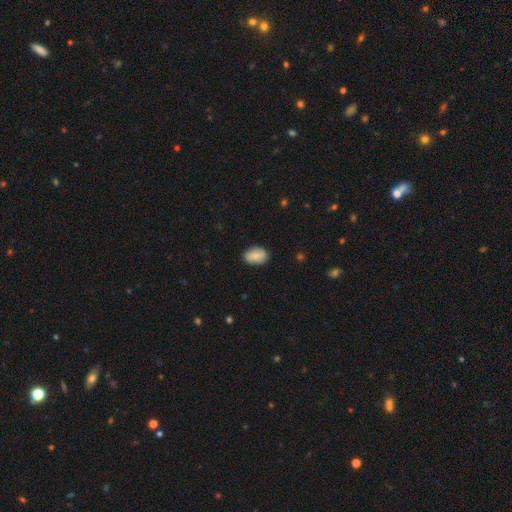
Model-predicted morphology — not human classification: A smooth galaxy with no disk features (77%) that is in between round and cigar-shaped (86%).

Vote fractions:
- Smooth or featured? smooth: 77% / featured or disk: 16% / star or artifact: 7%
- How rounded? in between: 86% / round: 13% / cigar-shaped: 1%
- Merging? none: 81% / minor disturbance: 15% / major disturbance: 3% / merger: 1%